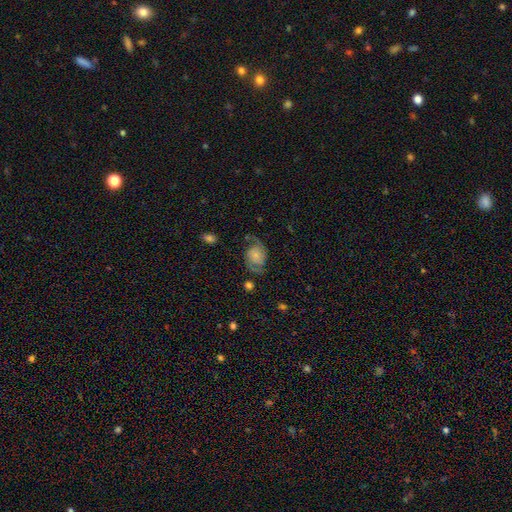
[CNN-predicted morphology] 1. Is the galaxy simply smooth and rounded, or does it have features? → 70% featured or disk, 22% smooth, 8% star or artifact.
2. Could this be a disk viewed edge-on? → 97% no, 3% yes.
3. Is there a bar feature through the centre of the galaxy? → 71% no, 24% weak, 6% strong.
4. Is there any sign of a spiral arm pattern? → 92% yes, 8% no.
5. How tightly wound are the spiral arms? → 42% loose (tied), 42% medium (tied), 15% tight.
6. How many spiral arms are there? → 91% 2, 3% can't tell, 3% 1, 1% 3, 1% 4, 1% more than 4.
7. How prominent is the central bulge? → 48% small, 23% none, 16% moderate, 7% large, 5% dominant.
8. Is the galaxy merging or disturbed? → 62% none, 21% minor disturbance, 14% major disturbance, 3% merger.